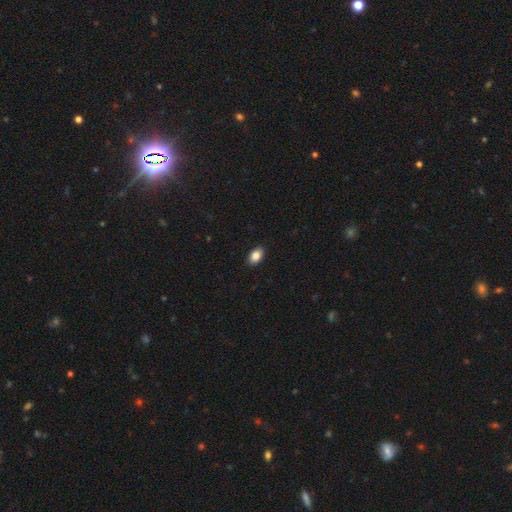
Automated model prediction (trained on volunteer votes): Q: Smooth or featured?
A: smooth (87%); runner-up: star or artifact (8%)
Q: How rounded?
A: in between (90%); runner-up: round (9%)
Q: Merging?
A: none (89%); runner-up: minor disturbance (8%)